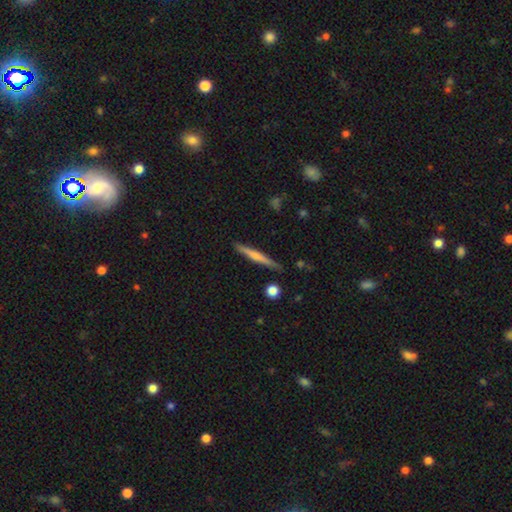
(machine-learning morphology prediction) Smooth or featured?
  - smooth: 51% *
  - featured or disk: 43%
  - star or artifact: 6%
How rounded?
  - cigar-shaped: 95% *
  - in between: 3%
  - round: 2%
Merging?
  - none: 88% *
  - minor disturbance: 8%
  - merger: 2%
  - major disturbance: 2%